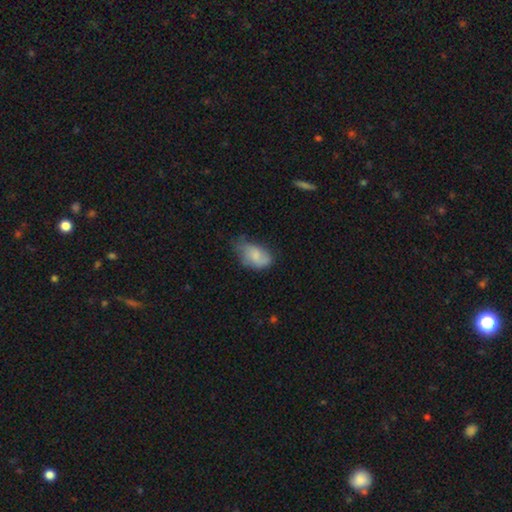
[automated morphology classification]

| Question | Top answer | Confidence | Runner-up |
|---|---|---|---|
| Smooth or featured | smooth | 73% | featured or disk (19%) |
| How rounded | in between | 90% | round (9%) |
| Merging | minor disturbance | 42% | none (38%) |